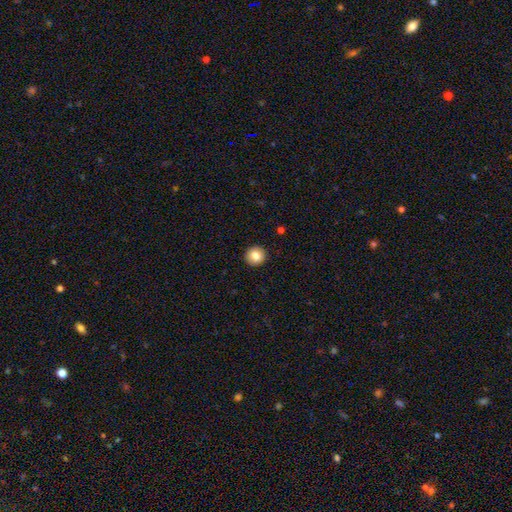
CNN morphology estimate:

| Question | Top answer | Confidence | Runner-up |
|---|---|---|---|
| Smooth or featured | smooth | 83% | star or artifact (9%) |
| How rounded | round | 94% | in between (5%) |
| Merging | none | 93% | minor disturbance (4%) |